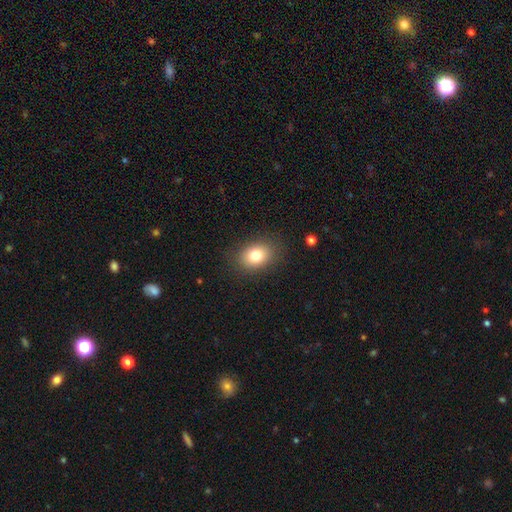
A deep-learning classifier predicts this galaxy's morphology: Smooth or featured: smooth — 80% (featured or disk — 10%)
How rounded: in between — 65% (round — 34%)
Merging: none — 85% (minor disturbance — 10%)